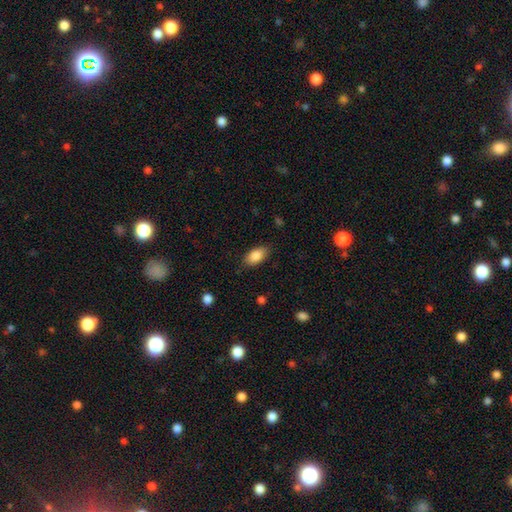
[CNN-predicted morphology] Smooth or featured: smooth — 86% (star or artifact — 7%)
How rounded: in between — 92% (round — 5%)
Merging: none — 83% (minor disturbance — 13%)